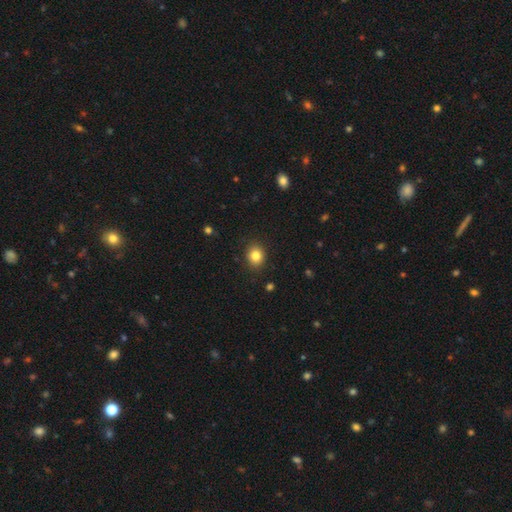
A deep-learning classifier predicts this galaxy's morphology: Smooth or featured? smooth (83%)
How rounded? round (67%)
Merging? none (88%)